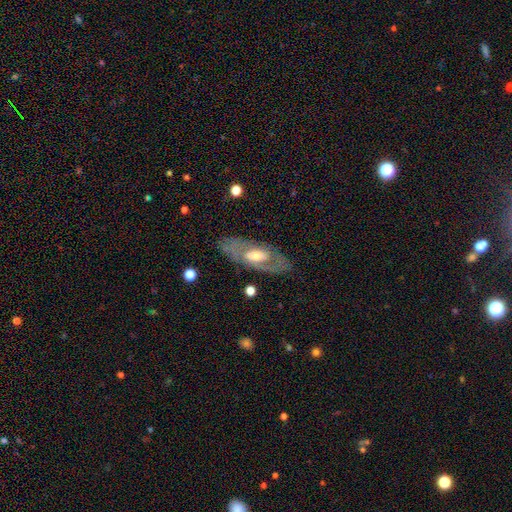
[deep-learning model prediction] featured or disk 66%, smooth 28%, star or artifact 6%. Down the decision tree: edge-on disk — no (82%); bar — no (56%); spiral arms — no (58%); bulge size — moderate (61%); merging — none (78%).